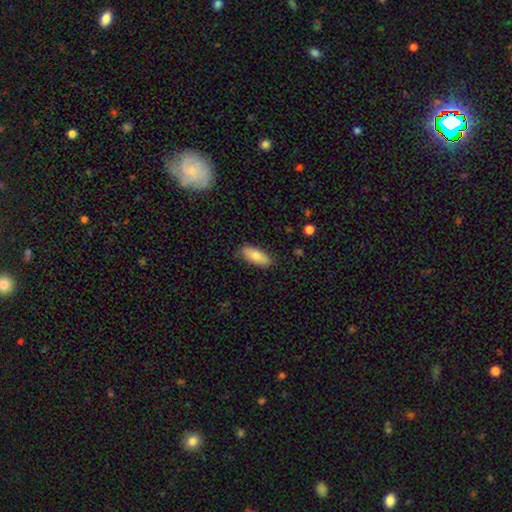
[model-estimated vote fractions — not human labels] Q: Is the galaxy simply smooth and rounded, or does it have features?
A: smooth — 78%.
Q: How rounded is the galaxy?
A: in between — 75%.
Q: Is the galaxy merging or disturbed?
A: none — 86%.